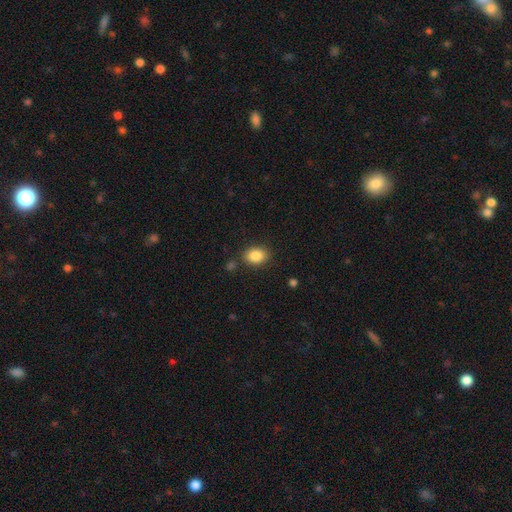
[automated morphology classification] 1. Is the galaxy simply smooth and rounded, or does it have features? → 86% smooth, 9% star or artifact, 6% featured or disk.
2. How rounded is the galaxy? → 71% in between, 28% round, 1% cigar-shaped.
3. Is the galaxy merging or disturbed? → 83% none, 11% minor disturbance, 3% major disturbance, 3% merger.